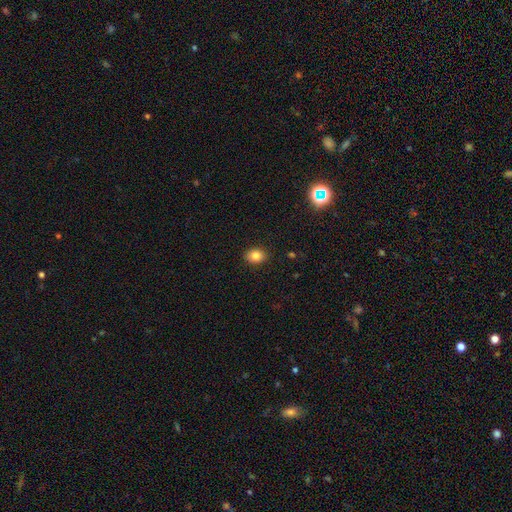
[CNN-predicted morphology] Smooth or featured? Predicted: smooth (p=0.82). How rounded? Predicted: in between (p=0.57). Merging? Predicted: none (p=0.89).